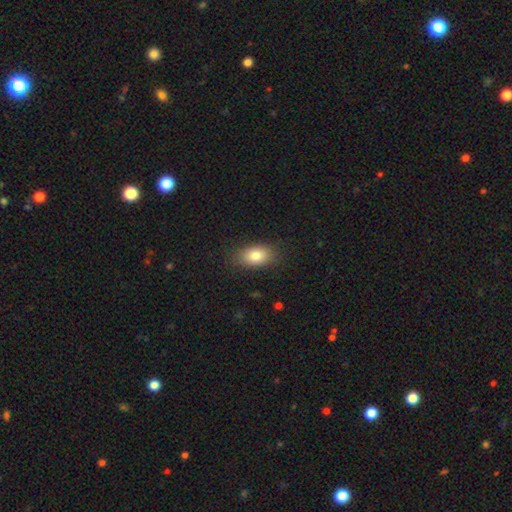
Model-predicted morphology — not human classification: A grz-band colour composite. It shows a smooth galaxy with no disk features (82%) that is in between round and cigar-shaped (88%). Merging: none (85%).